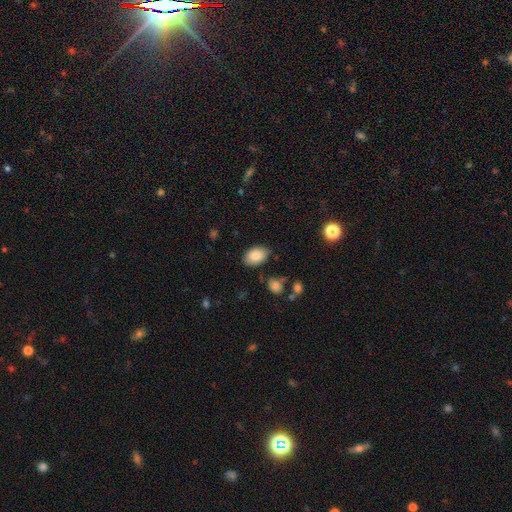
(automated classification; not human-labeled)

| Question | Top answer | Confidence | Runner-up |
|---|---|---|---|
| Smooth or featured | smooth | 84% | featured or disk (8%) |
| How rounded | in between | 88% | round (11%) |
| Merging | none | 80% | minor disturbance (15%) |